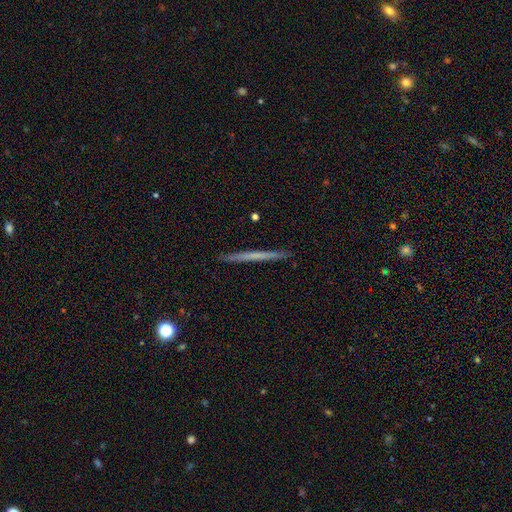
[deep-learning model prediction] Smooth or featured: smooth — 51% (featured or disk — 43%)
How rounded: cigar-shaped — 97% (in between — 2%)
Merging: none — 92% (minor disturbance — 5%)